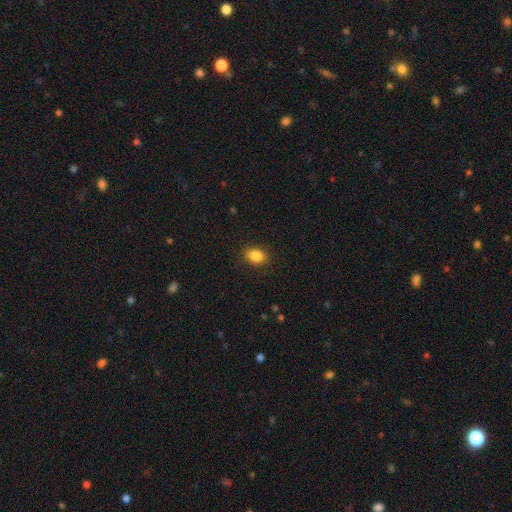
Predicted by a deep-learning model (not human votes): smooth 87%, star or artifact 9%, featured or disk 4%. Down the decision tree: how rounded — in between (73%); merging — none (88%).